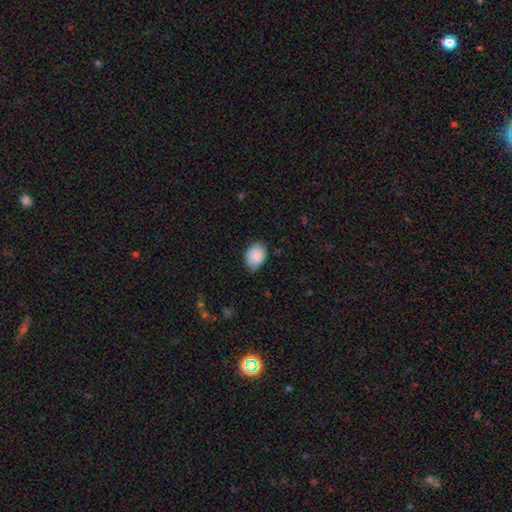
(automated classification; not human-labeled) This appears to be a smooth galaxy with no disk features (89%) that is in between round and cigar-shaped (73%). Merging: none (75%).